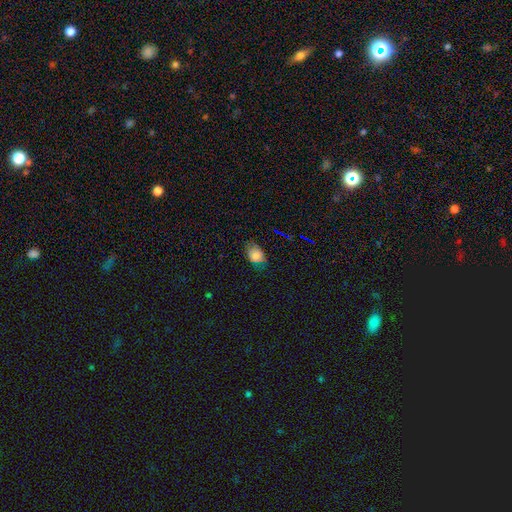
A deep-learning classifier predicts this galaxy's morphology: This appears to be a smooth galaxy with no disk features (73%) that is in between round and cigar-shaped (76%). Merging: none (66%).